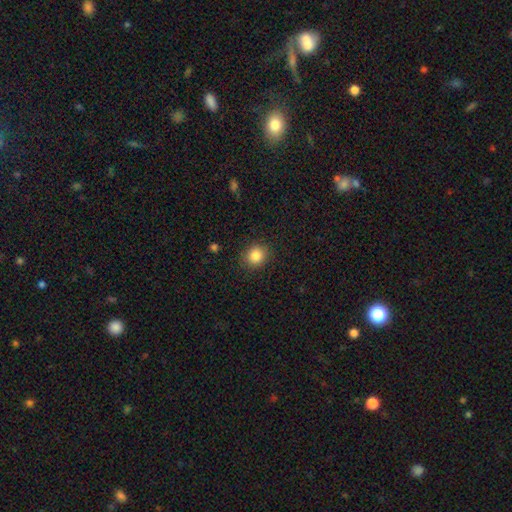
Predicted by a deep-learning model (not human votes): smooth_or_featured: smooth (p=0.85) [alt: star or artifact p=0.10]
how_rounded: round (p=0.81) [alt: in between p=0.18]
merging: none (p=0.89) [alt: minor disturbance p=0.07]